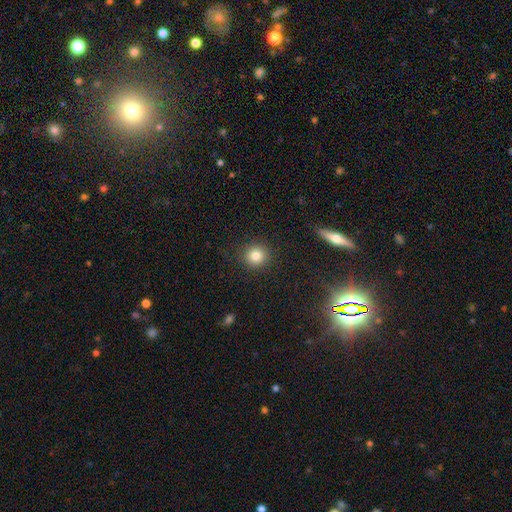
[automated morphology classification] Smooth or featured? smooth (83%)
How rounded? round (91%)
Merging? none (90%)